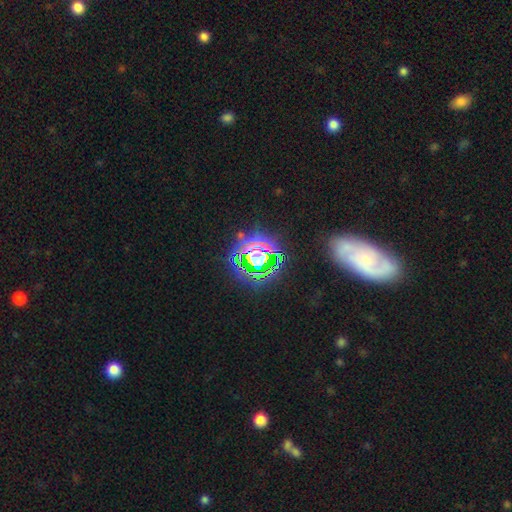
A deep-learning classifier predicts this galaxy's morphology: star or artifact 66%, featured or disk 17%, smooth 16%.